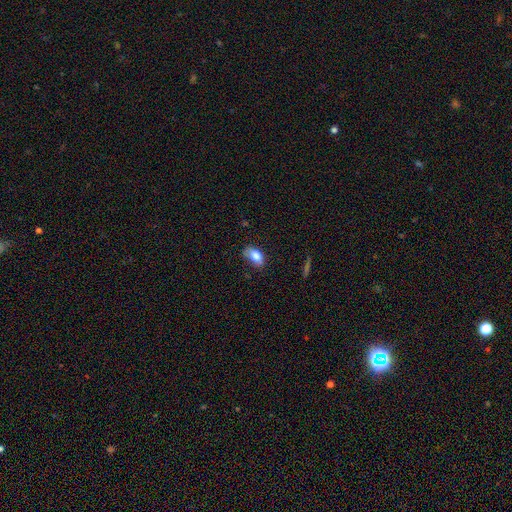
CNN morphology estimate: Overall: smooth (79%). How rounded: in between (89%). Merging: none (50%; minor disturbance 35%).